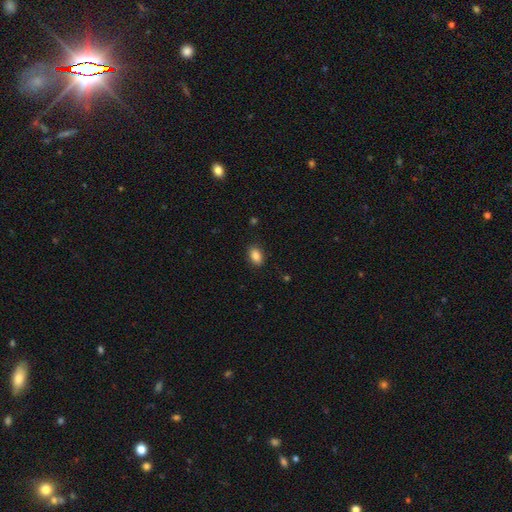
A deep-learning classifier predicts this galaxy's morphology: smooth 87%, star or artifact 8%, featured or disk 5%. Down the decision tree: how rounded — in between (88%); merging — none (87%).